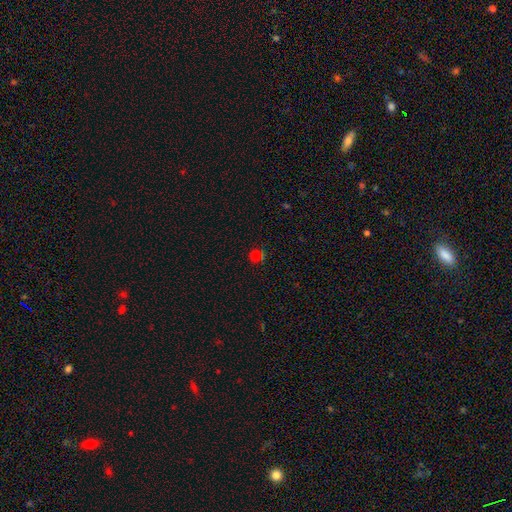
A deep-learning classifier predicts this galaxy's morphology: Smooth or featured? Predicted: smooth (p=0.62). How rounded? Predicted: round (p=0.90). Merging? Predicted: none (p=0.74).